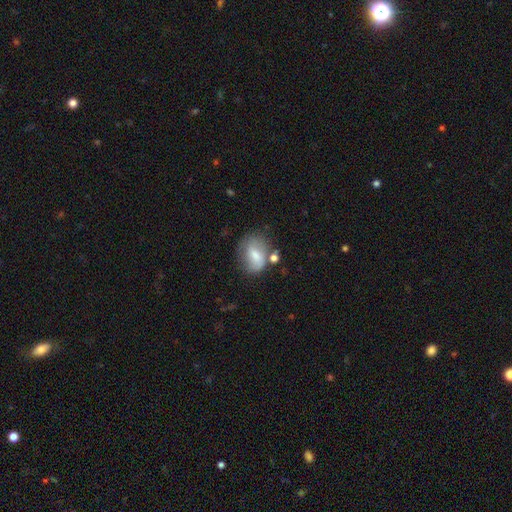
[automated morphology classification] This is likely a smooth galaxy (60%). How rounded: likely in between (69%). Merging: possibly none (52%).